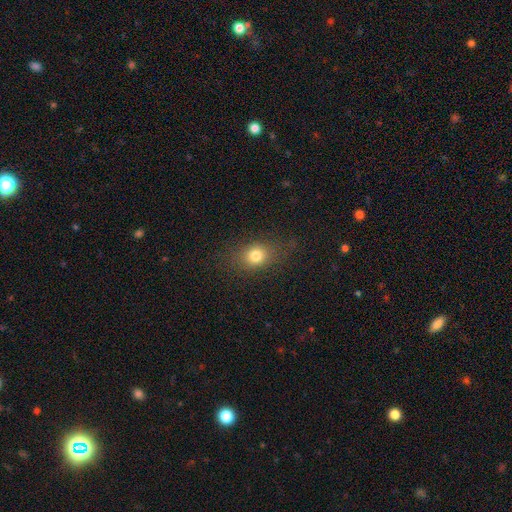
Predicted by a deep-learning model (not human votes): smooth_or_featured: smooth (p=0.77) [alt: star or artifact p=0.14]
how_rounded: round (p=0.57) [alt: in between p=0.41]
merging: none (p=0.78) [alt: minor disturbance p=0.14]